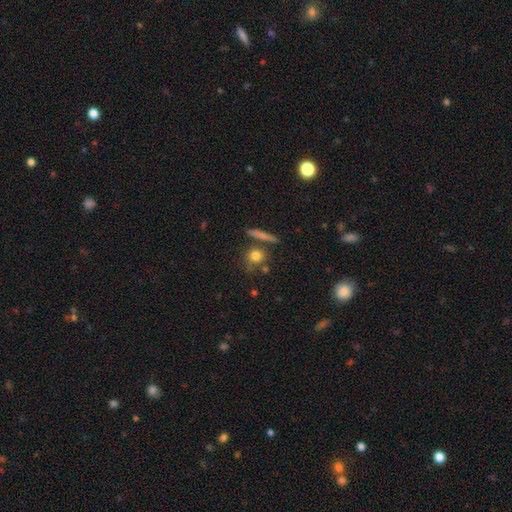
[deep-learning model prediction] Smooth or featured? Predicted: smooth (p=0.78). How rounded? Predicted: round (p=0.81). Merging? Predicted: none (p=0.71).